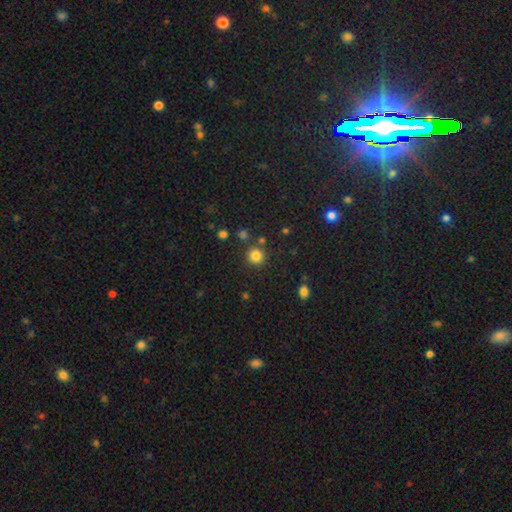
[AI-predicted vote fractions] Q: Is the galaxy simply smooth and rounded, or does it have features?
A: smooth — 82%.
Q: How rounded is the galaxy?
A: round — 93%.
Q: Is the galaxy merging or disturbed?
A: none — 84%.